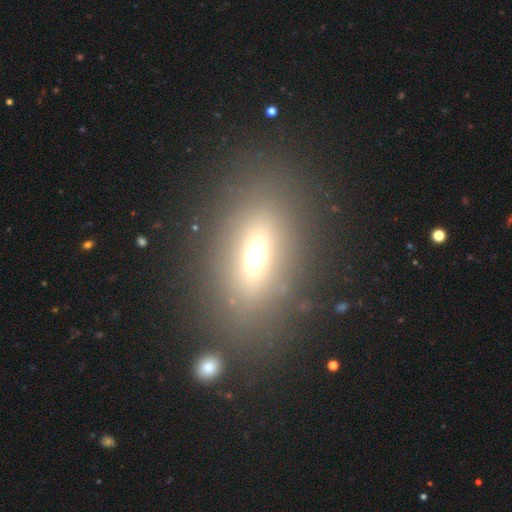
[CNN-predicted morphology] Overall: smooth (55%; featured or disk 28%). How rounded: in between (75%). Merging: none (79%).